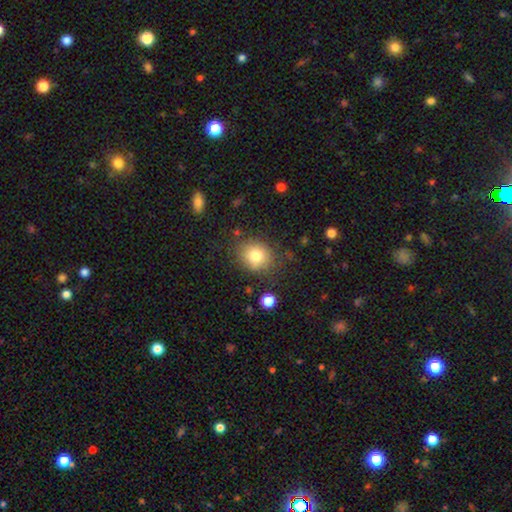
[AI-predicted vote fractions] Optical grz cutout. It shows a smooth galaxy with no disk features (79%) that is round (71%). Merging: none (77%).